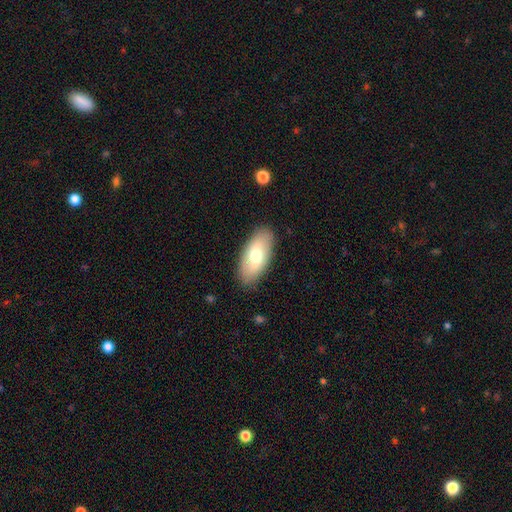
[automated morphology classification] smooth_or_featured: smooth (p=0.68) [alt: featured or disk p=0.26]
how_rounded: in between (p=0.91) [alt: cigar-shaped p=0.07]
merging: none (p=0.87) [alt: minor disturbance p=0.09]